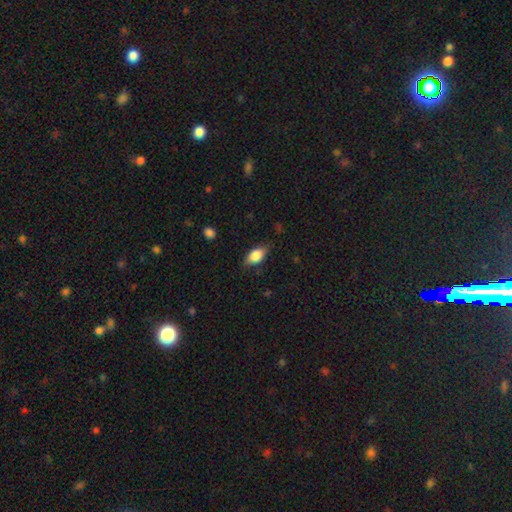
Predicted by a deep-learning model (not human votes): Smooth or featured?
  - smooth: 79% *
  - featured or disk: 14%
  - star or artifact: 7%
How rounded?
  - in between: 87% *
  - round: 7%
  - cigar-shaped: 6%
Merging?
  - none: 77% *
  - minor disturbance: 18%
  - major disturbance: 4%
  - merger: 1%